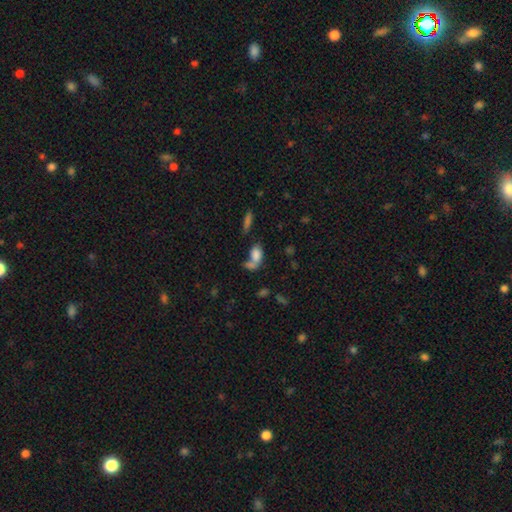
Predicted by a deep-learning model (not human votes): This is likely a smooth galaxy (77%). How rounded: clearly in between (86%). Merging: marginally merger (42%).